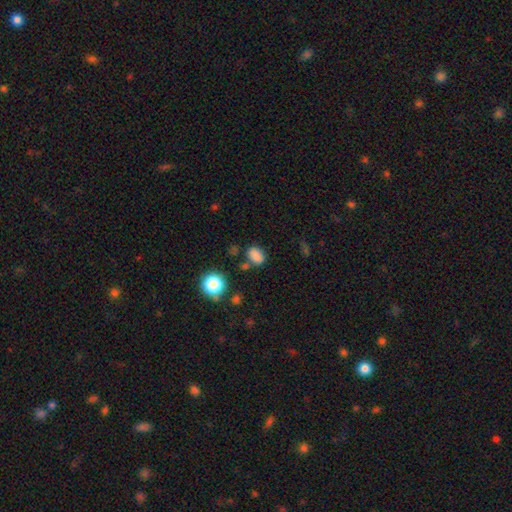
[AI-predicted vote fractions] This is clearly a smooth galaxy (81%). How rounded: likely in between (77%). Merging: likely none (70%).